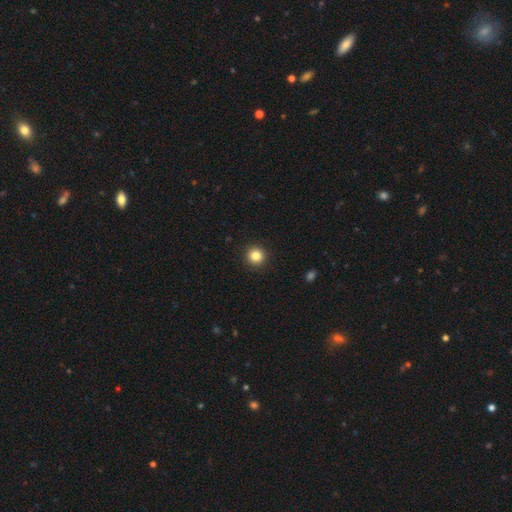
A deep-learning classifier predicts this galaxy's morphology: Smooth or featured?
  - smooth: 84% *
  - star or artifact: 11%
  - featured or disk: 5%
How rounded?
  - round: 95% *
  - in between: 4%
  - cigar-shaped: 1%
Merging?
  - none: 93% *
  - minor disturbance: 5%
  - major disturbance: 2%
  - merger: 1%